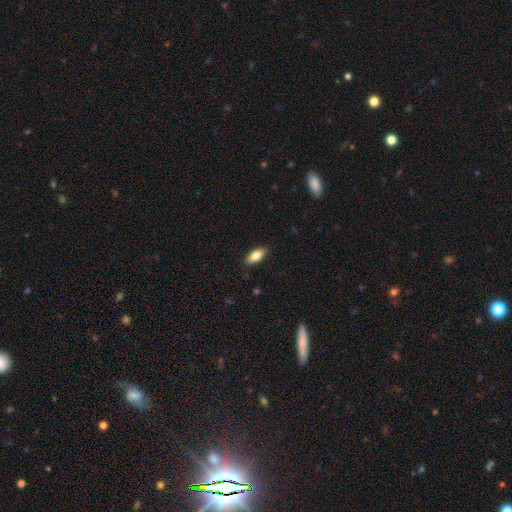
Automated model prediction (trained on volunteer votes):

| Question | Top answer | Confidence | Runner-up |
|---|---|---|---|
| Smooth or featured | smooth | 82% | featured or disk (12%) |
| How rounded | in between | 85% | cigar-shaped (13%) |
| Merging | none | 87% | minor disturbance (10%) |